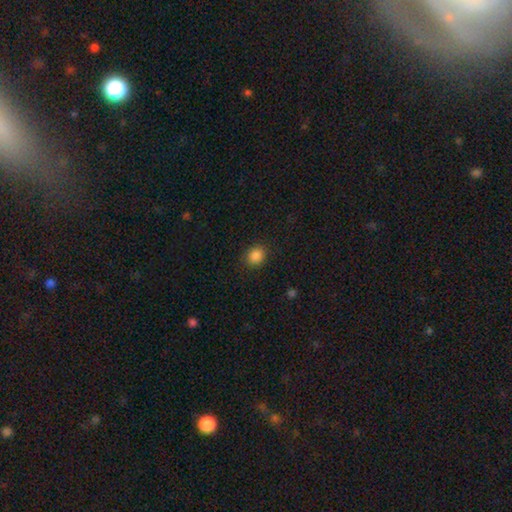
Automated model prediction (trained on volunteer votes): Smooth or featured: smooth — 87% (star or artifact — 10%)
How rounded: round — 71% (in between — 28%)
Merging: none — 87% (minor disturbance — 9%)